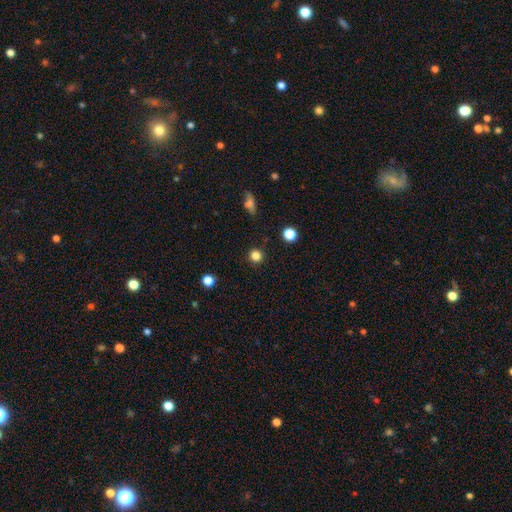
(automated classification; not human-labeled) Smooth or featured: smooth — 83% (star or artifact — 13%)
How rounded: round — 93% (in between — 6%)
Merging: none — 91% (minor disturbance — 6%)